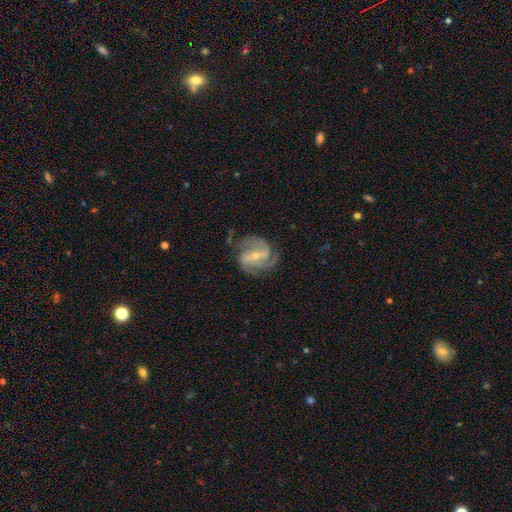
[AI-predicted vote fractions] Smooth or featured?
  - featured or disk: 88% *
  - smooth: 7%
  - star or artifact: 5%
Edge-on disk?
  - no: 97% *
  - yes: 3%
Bar?
  - strong: 47% *
  - weak: 39%
  - no: 14%
Spiral arms?
  - yes: 96% *
  - no: 4%
Spiral winding?
  - medium: 51% *
  - tight: 29%
  - loose: 20%
Spiral arm count?
  - 2: 57% *
  - 3: 23%
  - can't tell: 10%
  - 4: 4%
  - 1: 4%
  - more than 4: 3%
Bulge size?
  - small: 55% *
  - moderate: 42%
  - large: 1%
  - none: 1%
  - dominant: 1%
Merging?
  - none: 69% *
  - minor disturbance: 20%
  - major disturbance: 10%
  - merger: 2%